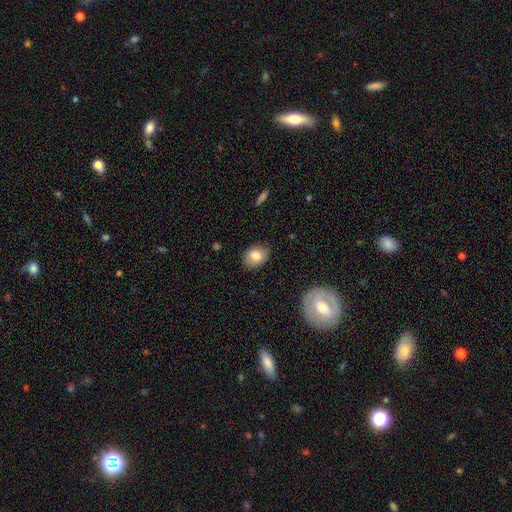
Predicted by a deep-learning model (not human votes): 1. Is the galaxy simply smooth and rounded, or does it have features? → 81% smooth, 11% featured or disk, 8% star or artifact.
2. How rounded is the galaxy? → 72% in between, 27% round, 1% cigar-shaped.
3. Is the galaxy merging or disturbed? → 82% none, 14% minor disturbance, 3% major disturbance, 1% merger.